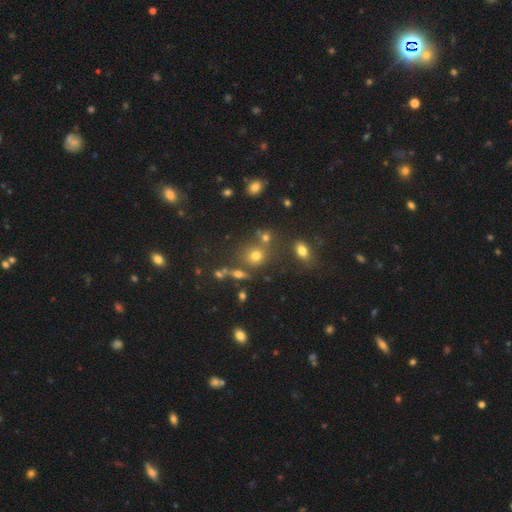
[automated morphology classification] A smooth galaxy with no disk features (59%) that is round (80%).

Vote fractions:
- Smooth or featured? smooth: 59% / star or artifact: 28% / featured or disk: 13%
- How rounded? round: 80% / in between: 18% / cigar-shaped: 1%
- Merging? none: 63% / merger: 20% / minor disturbance: 11% / major disturbance: 5%